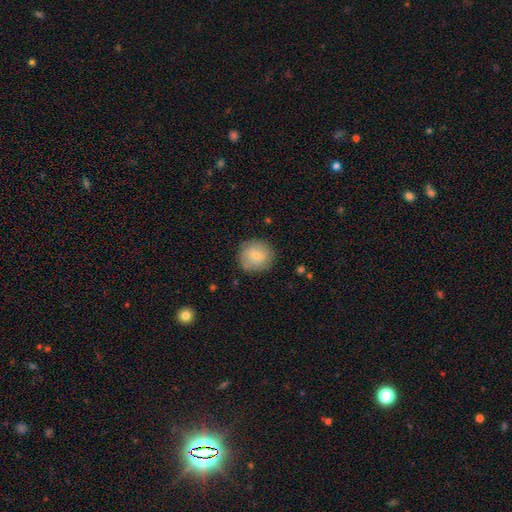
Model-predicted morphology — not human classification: This is likely a smooth galaxy (77%). How rounded: clearly round (89%). Merging: clearly none (82%).